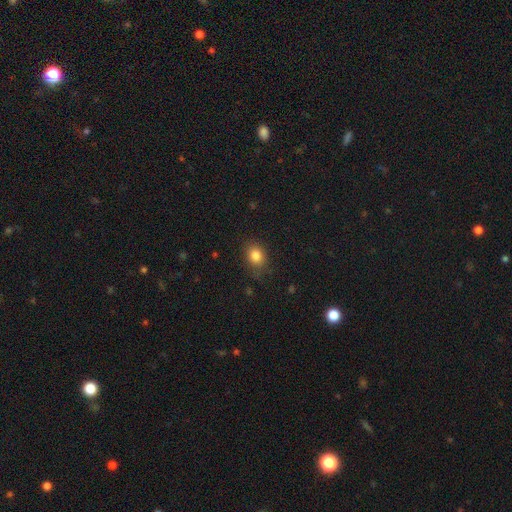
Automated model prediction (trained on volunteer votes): Q: Smooth or featured?
A: smooth (83%); runner-up: star or artifact (11%)
Q: How rounded?
A: in between (51%); runner-up: round (48%)
Q: Merging?
A: none (79%); runner-up: minor disturbance (16%)